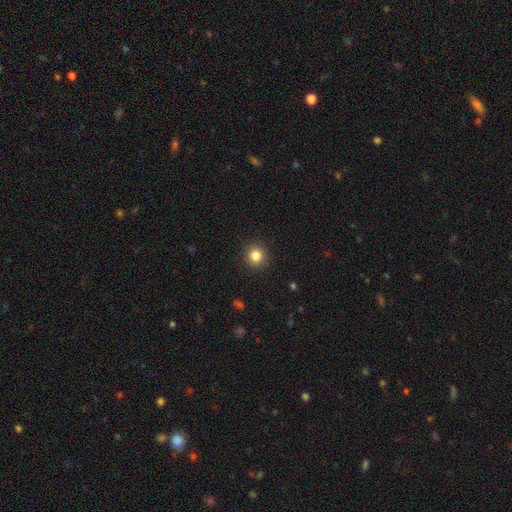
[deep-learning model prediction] smooth_or_featured: smooth (p=0.84) [alt: star or artifact p=0.11]
how_rounded: round (p=0.92) [alt: in between p=0.08]
merging: none (p=0.92) [alt: minor disturbance p=0.05]